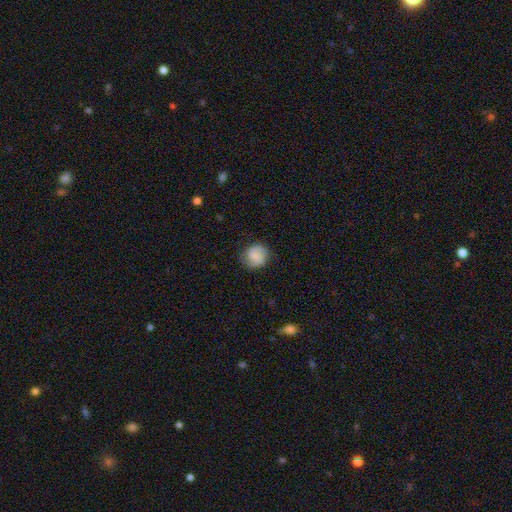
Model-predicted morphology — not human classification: smooth-or-featured: smooth: 51% | featured or disk: 41% | star or artifact: 8%
  how-rounded: round: 79% | in between: 20% | cigar-shaped: 1%
  merging: none: 80% | minor disturbance: 14% | major disturbance: 5% | merger: 1%